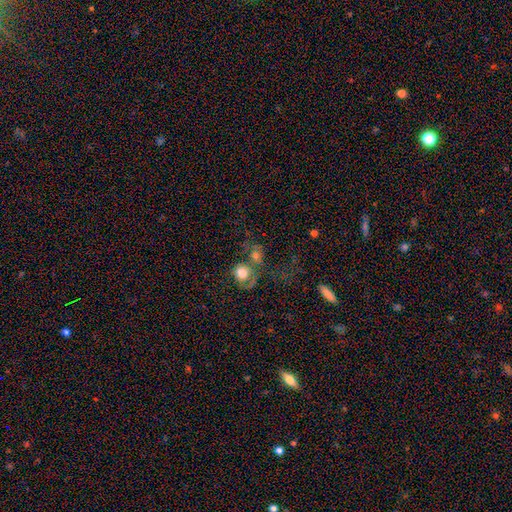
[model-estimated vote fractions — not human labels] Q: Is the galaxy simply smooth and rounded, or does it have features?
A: smooth — 65%.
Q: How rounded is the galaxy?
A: round — 76%.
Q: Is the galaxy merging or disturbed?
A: merger — 46%.